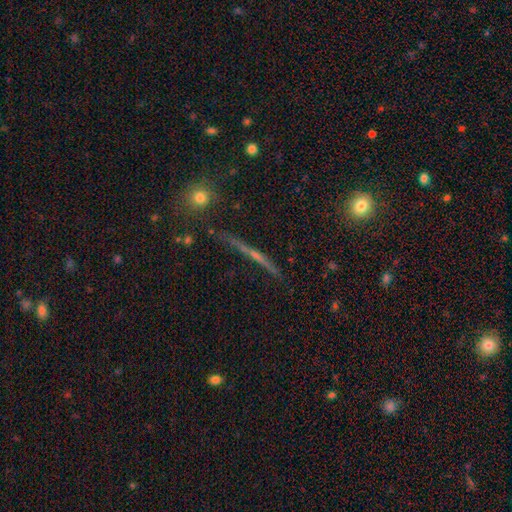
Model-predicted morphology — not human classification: Smooth or featured? Predicted: featured or disk (p=0.61). Edge-on disk? Predicted: yes (p=0.94). Edge-on bulge? Predicted: none (p=0.56). Merging? Predicted: none (p=0.86).